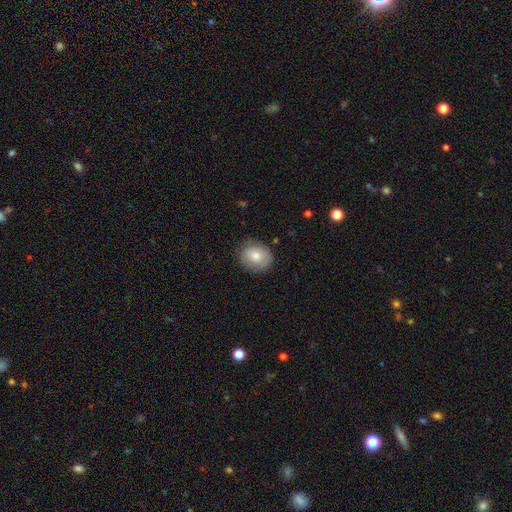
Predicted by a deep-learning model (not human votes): A smooth galaxy with no disk features (78%) that is round (64%).

Vote fractions:
- Smooth or featured? smooth: 78% / featured or disk: 14% / star or artifact: 8%
- How rounded? round: 64% / in between: 35% / cigar-shaped: 1%
- Merging? none: 81% / minor disturbance: 15% / major disturbance: 3% / merger: 1%